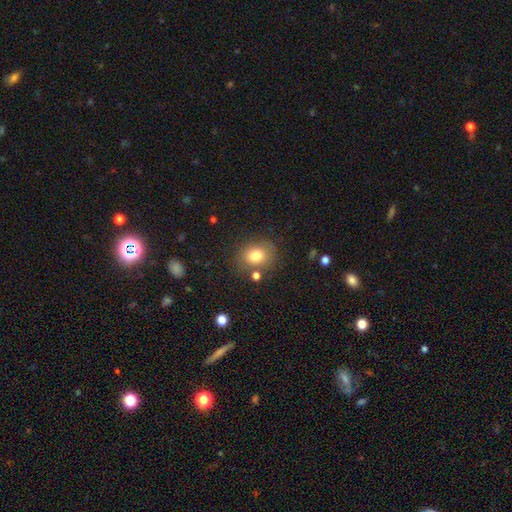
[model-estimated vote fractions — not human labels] The model was most divided on "how rounded": round: 56%, in between: 43%, cigar-shaped: 1%. More confident: smooth or featured — smooth (79%); merging — none (75%).